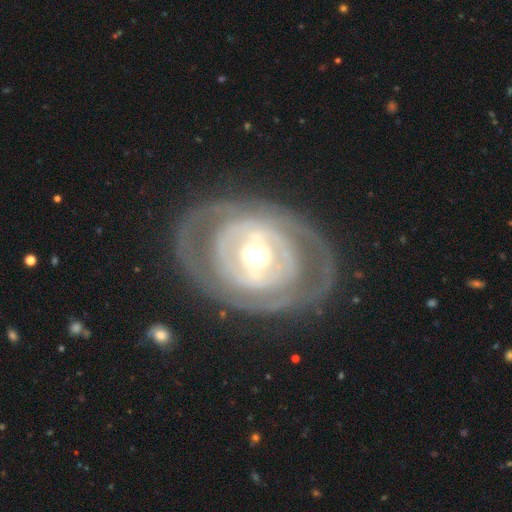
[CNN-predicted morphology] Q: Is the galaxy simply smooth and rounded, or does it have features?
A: featured or disk — 82%.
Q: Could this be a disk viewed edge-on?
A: no — 95%.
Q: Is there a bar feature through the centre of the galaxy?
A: no — 39%.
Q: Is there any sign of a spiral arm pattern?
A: yes — 63%.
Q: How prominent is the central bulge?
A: moderate — 65%.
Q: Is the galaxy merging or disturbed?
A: none — 77%.